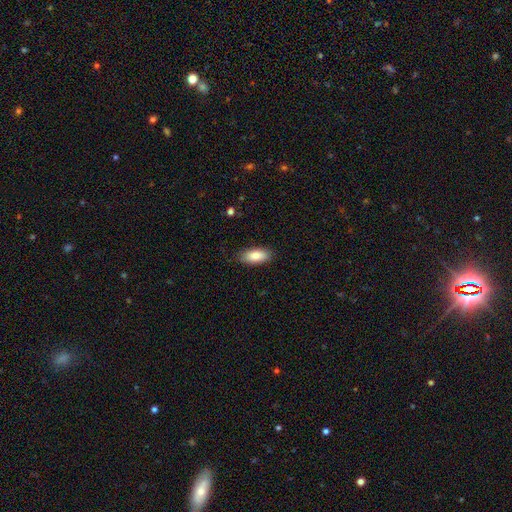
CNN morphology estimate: smooth_or_featured: smooth (p=0.84) [alt: featured or disk p=0.09]
how_rounded: in between (p=0.86) [alt: cigar-shaped p=0.12]
merging: none (p=0.85) [alt: minor disturbance p=0.11]